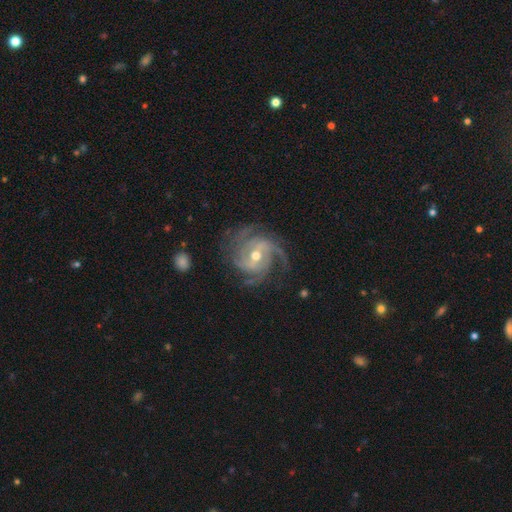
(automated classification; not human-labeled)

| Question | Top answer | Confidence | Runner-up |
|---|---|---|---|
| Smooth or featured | featured or disk | 91% | star or artifact (5%) |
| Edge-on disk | no | 98% | yes (2%) |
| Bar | weak | 43% | no (36%) |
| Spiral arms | yes | 98% | no (2%) |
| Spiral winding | tight | 47% | medium (43%) |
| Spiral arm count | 3 | 40% | 4 (21%) |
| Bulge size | moderate | 63% | small (32%) |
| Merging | none | 72% | minor disturbance (17%) |